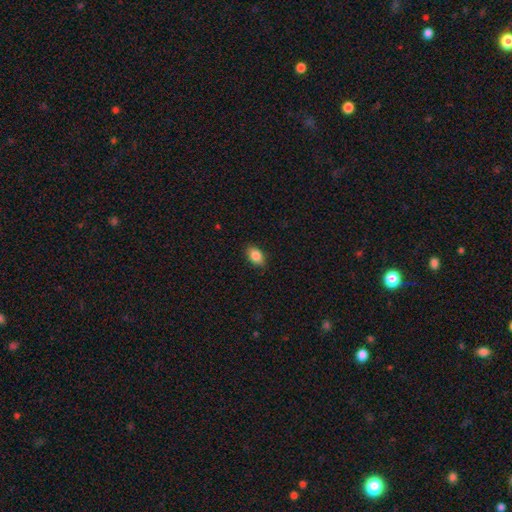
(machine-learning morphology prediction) smooth 86%, star or artifact 8%, featured or disk 6%. Down the decision tree: how rounded — in between (88%); merging — none (88%).